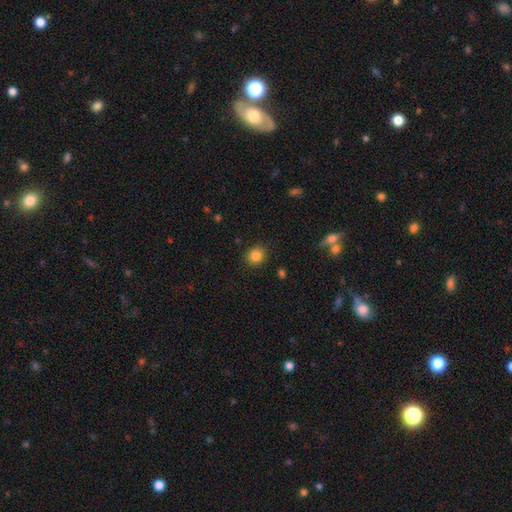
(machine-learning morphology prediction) Overall: smooth (84%). How rounded: round (79%). Merging: none (88%).